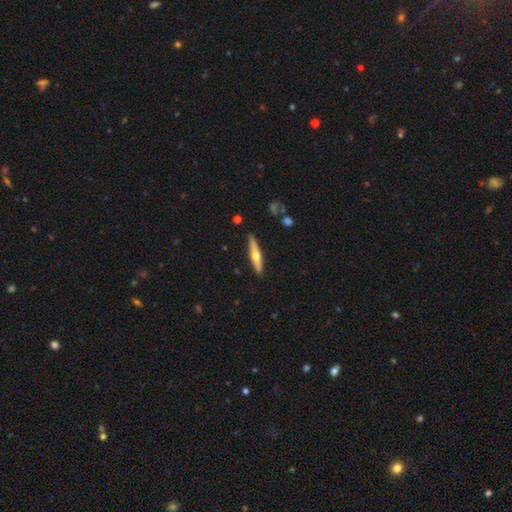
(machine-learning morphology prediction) Overall: featured or disk (56%; smooth 39%). Edge-on disk: yes (93%). Edge-on bulge: rounded (93%). Merging: none (88%).